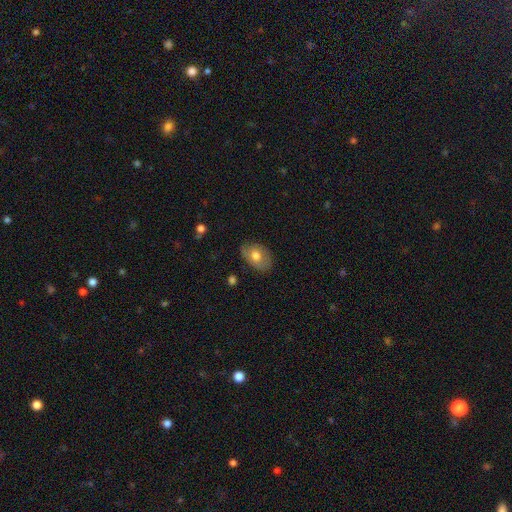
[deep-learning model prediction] Smooth or featured?
  - smooth: 65% *
  - featured or disk: 27%
  - star or artifact: 7%
How rounded?
  - in between: 82% *
  - round: 17%
  - cigar-shaped: 1%
Merging?
  - none: 77% *
  - minor disturbance: 18%
  - major disturbance: 4%
  - merger: 1%